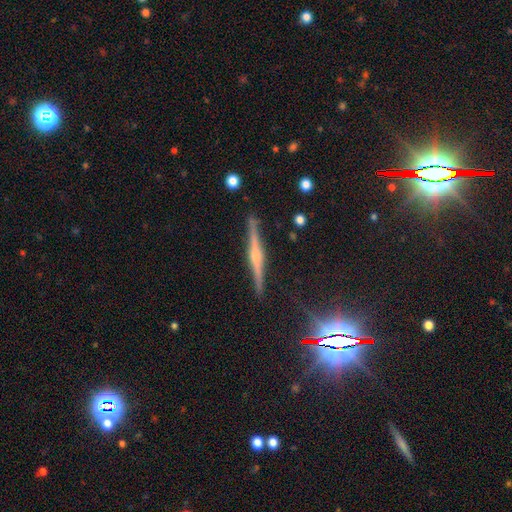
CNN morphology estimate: Smooth or featured? Predicted: featured or disk (p=0.75). Edge-on disk? Predicted: yes (p=0.98). Edge-on bulge? Predicted: rounded (p=0.79). Merging? Predicted: none (p=0.91).